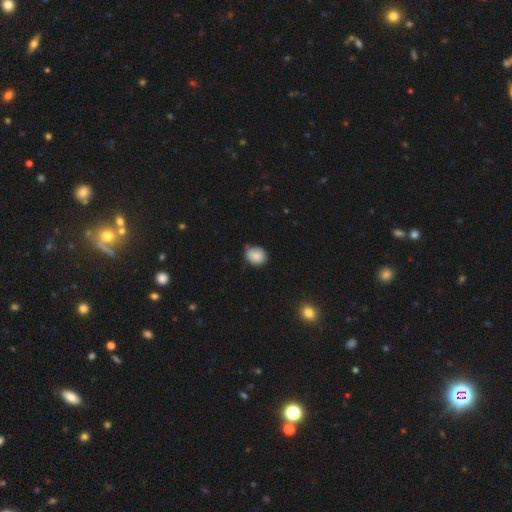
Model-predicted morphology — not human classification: Smooth or featured?
  - smooth: 86% *
  - star or artifact: 8%
  - featured or disk: 6%
How rounded?
  - in between: 50% *
  - round: 49%
  - cigar-shaped: 1%
Merging?
  - none: 63% *
  - minor disturbance: 30%
  - major disturbance: 4%
  - merger: 3%